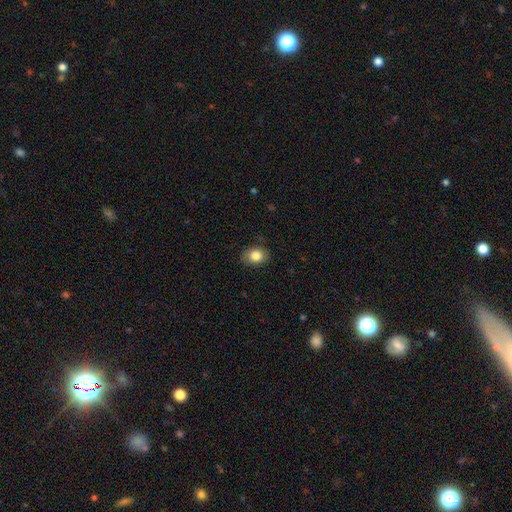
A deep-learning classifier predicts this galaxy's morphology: Smooth or featured?
  - smooth: 83% *
  - star or artifact: 9%
  - featured or disk: 8%
How rounded?
  - in between: 62% *
  - round: 37%
  - cigar-shaped: 1%
Merging?
  - none: 85% *
  - minor disturbance: 12%
  - major disturbance: 3%
  - merger: 1%